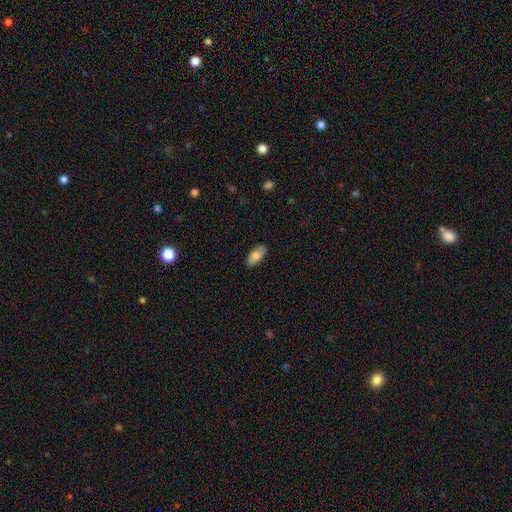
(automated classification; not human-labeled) Morphology: type=smooth (78%); roundness=in between (91%); merging=none (87%).